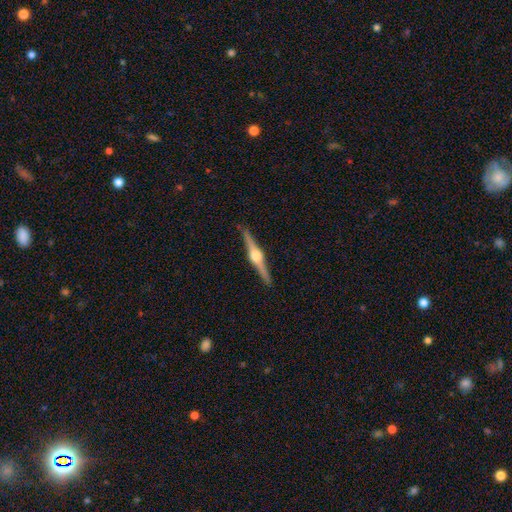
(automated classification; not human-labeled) Smooth or featured: featured or disk — 85% (smooth — 10%)
Edge-on disk: yes — 98% (no — 2%)
Edge-on bulge: rounded — 94% (boxy — 4%)
Merging: none — 92% (minor disturbance — 6%)